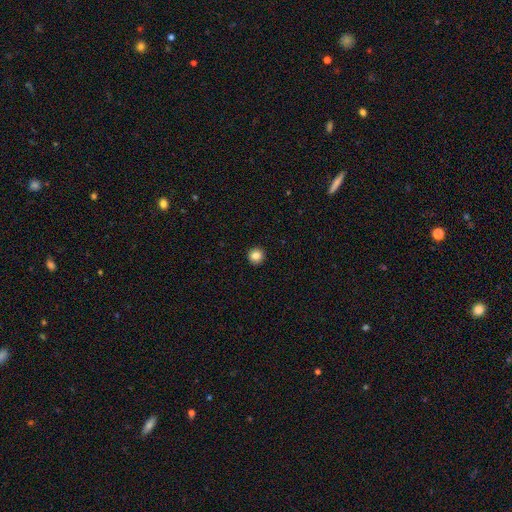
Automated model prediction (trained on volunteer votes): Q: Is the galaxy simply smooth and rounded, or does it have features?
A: smooth — 84%.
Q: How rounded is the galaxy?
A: round — 96%.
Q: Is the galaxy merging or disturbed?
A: none — 94%.